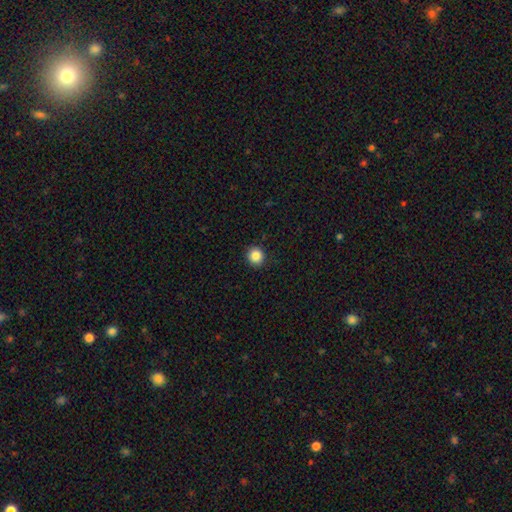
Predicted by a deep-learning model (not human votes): The model was most divided on "smooth or featured": smooth: 86%, star or artifact: 10%, featured or disk: 4%. More confident: merging — none (92%); how rounded — round (90%).